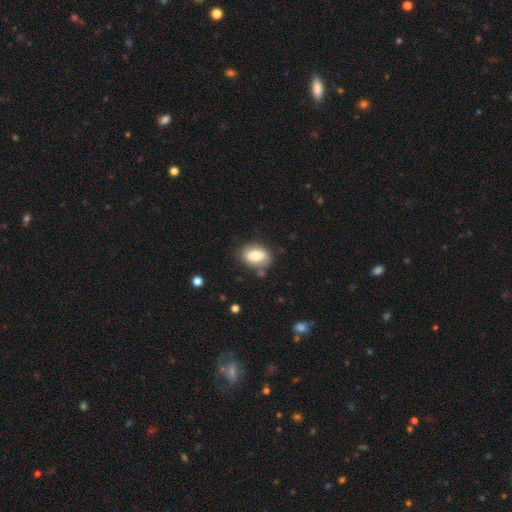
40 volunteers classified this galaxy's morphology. Smooth or featured? smooth (85%)
How rounded? in between (88%)
Merging? none (68%)